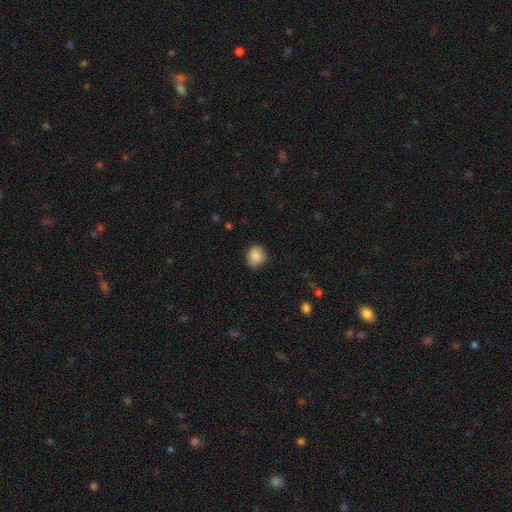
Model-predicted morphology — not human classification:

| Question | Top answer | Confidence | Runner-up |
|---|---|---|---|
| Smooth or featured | smooth | 88% | star or artifact (8%) |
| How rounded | round | 81% | in between (18%) |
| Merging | none | 83% | minor disturbance (13%) |